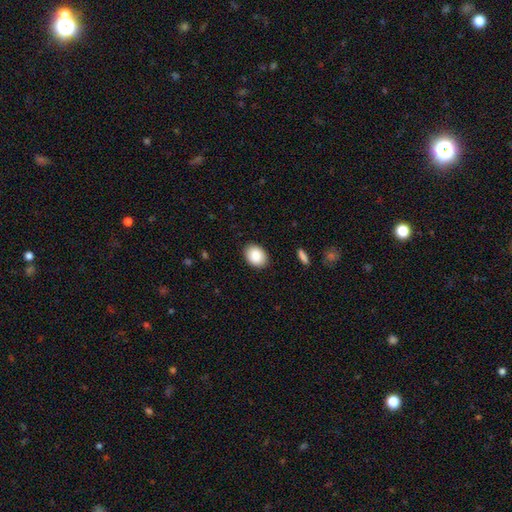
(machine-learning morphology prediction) Smooth or featured?
  - smooth: 89% *
  - star or artifact: 7%
  - featured or disk: 4%
How rounded?
  - in between: 66% *
  - round: 33%
  - cigar-shaped: 1%
Merging?
  - none: 88% *
  - minor disturbance: 9%
  - major disturbance: 2%
  - merger: 1%